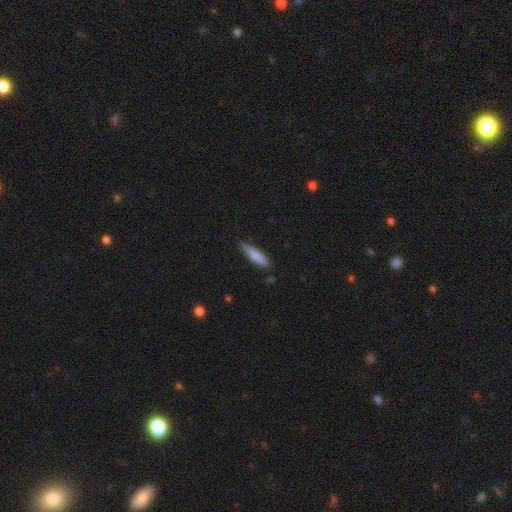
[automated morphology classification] The model was most divided on "merging": none: 69%, minor disturbance: 25%, major disturbance: 4%, merger: 2%. More confident: smooth or featured — smooth (81%); how rounded — cigar-shaped (77%).